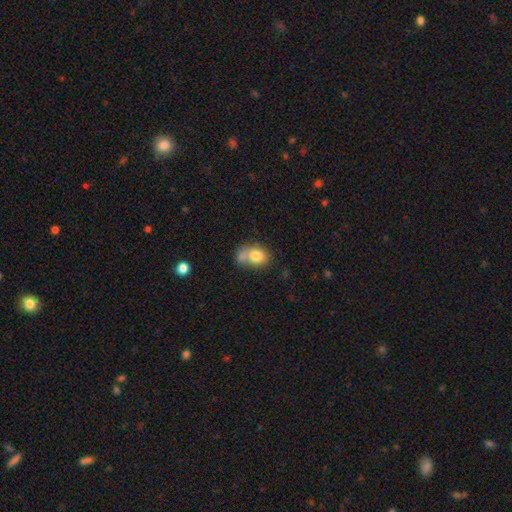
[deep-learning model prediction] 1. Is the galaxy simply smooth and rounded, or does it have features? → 78% smooth, 13% featured or disk, 9% star or artifact.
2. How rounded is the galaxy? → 50% in between, 49% round, 1% cigar-shaped.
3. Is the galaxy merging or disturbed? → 47% merger, 35% none, 13% minor disturbance, 6% major disturbance.